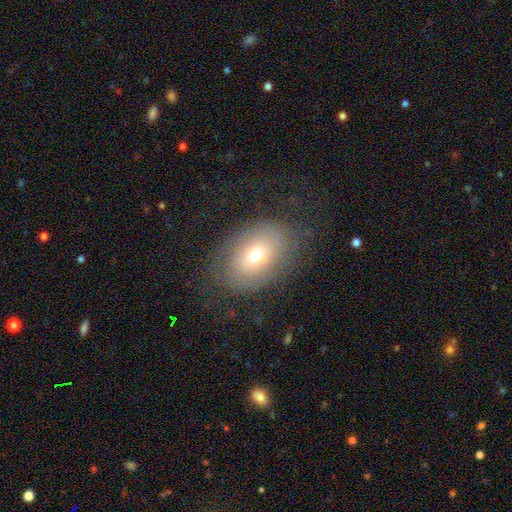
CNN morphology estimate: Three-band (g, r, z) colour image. It shows a smooth galaxy with no disk features (56%) that is in between round and cigar-shaped (77%). Merging: none (72%).